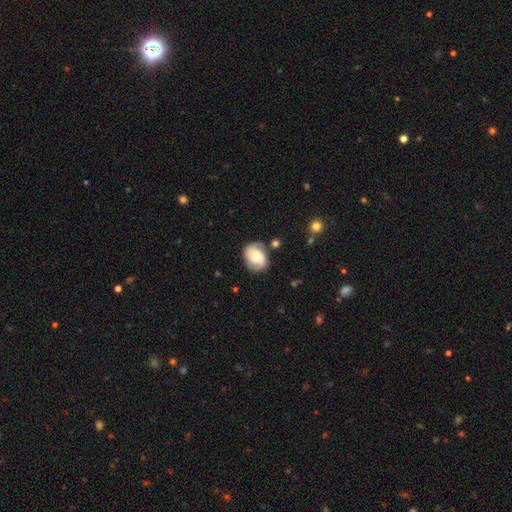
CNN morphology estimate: Smooth or featured? featured or disk (62%)
Edge-on disk? no (97%)
Bar? no (65%)
Spiral arms? yes (89%)
Spiral winding? medium (42%)
Spiral arm count? 2 (75%)
Bulge size? moderate (65%)
Merging? none (71%)